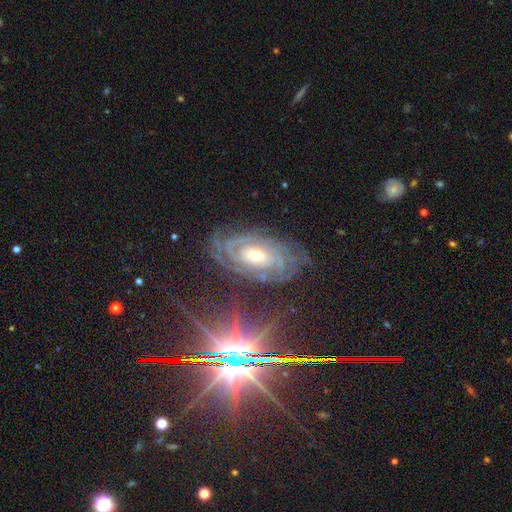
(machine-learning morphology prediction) Smooth or featured? featured or disk (85%)
Edge-on disk? no (95%)
Bar? no (64%)
Spiral arms? yes (96%)
Spiral winding? tight (79%)
Spiral arm count? can't tell (39%)
Bulge size? moderate (57%)
Merging? none (74%)